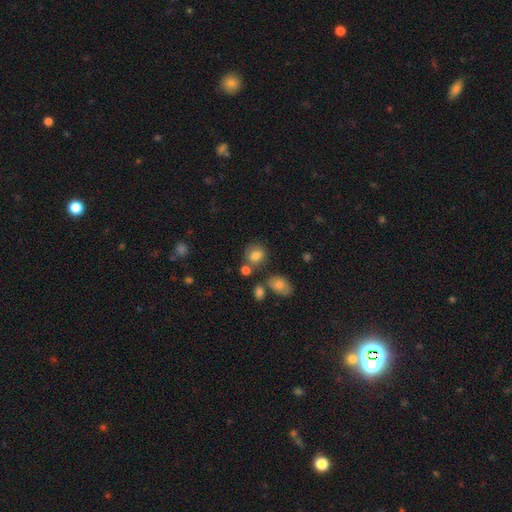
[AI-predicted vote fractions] A smooth galaxy with no disk features (80%) that is round (64%).

Vote fractions:
- Smooth or featured? smooth: 80% / star or artifact: 11% / featured or disk: 9%
- How rounded? round: 64% / in between: 34% / cigar-shaped: 1%
- Merging? none: 68% / minor disturbance: 15% / merger: 12% / major disturbance: 5%